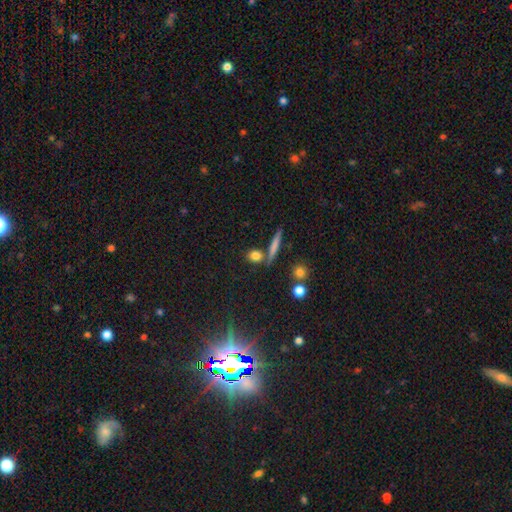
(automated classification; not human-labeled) Smooth or featured: smooth — 78% (star or artifact — 12%)
How rounded: round — 59% (in between — 28%)
Merging: none — 73% (merger — 13%)